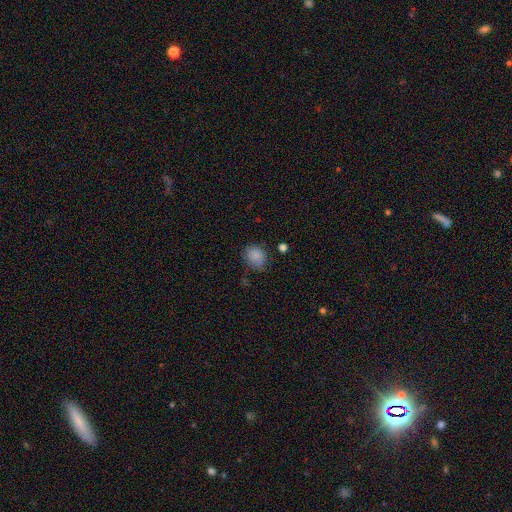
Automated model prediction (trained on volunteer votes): Smooth or featured?
  - smooth: 85% *
  - star or artifact: 9%
  - featured or disk: 6%
How rounded?
  - round: 57% *
  - in between: 42%
  - cigar-shaped: 1%
Merging?
  - none: 70% *
  - minor disturbance: 21%
  - major disturbance: 5%
  - merger: 3%